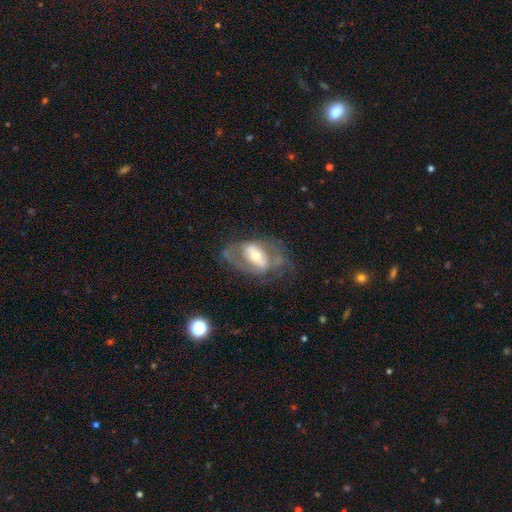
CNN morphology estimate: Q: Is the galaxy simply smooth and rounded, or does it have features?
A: featured or disk — 74%.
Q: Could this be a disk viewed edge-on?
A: no — 94%.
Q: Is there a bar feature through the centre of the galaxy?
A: weak — 36%.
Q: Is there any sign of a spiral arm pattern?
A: yes — 72%.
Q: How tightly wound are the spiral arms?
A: medium — 46%.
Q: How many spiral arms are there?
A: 2 — 63%.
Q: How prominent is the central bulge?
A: moderate — 56%.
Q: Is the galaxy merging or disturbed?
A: none — 53%.